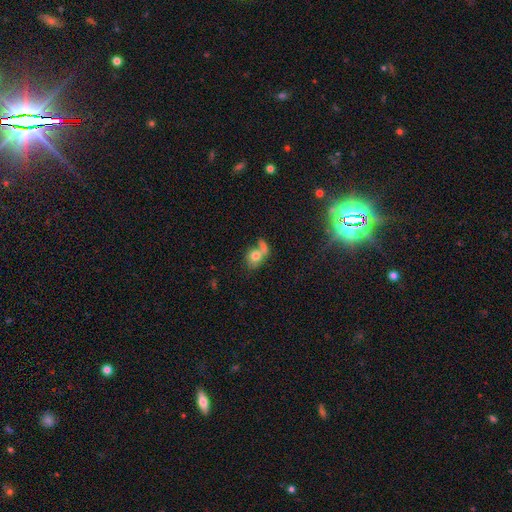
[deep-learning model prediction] smooth 69%, featured or disk 20%, star or artifact 10%. Down the decision tree: how rounded — in between (50%); merging — merger (46%).